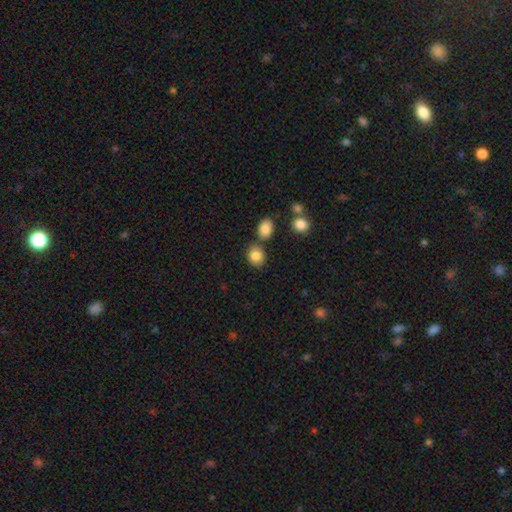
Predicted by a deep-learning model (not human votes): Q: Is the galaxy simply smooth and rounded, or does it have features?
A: smooth — 84%.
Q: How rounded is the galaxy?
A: round — 59%.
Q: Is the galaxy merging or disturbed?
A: none — 69%.